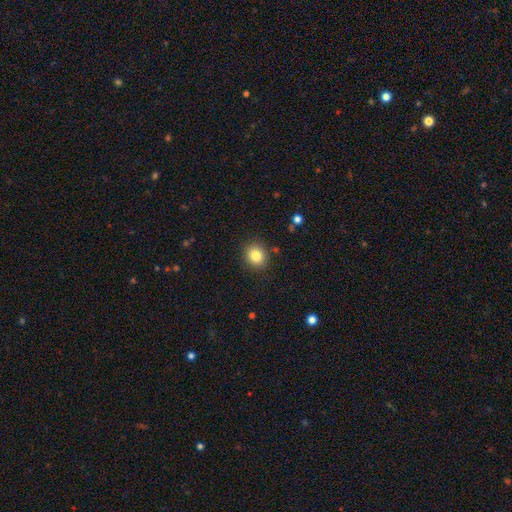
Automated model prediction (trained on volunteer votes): This is clearly a smooth galaxy (82%). How rounded: likely round (77%). Merging: clearly none (88%).